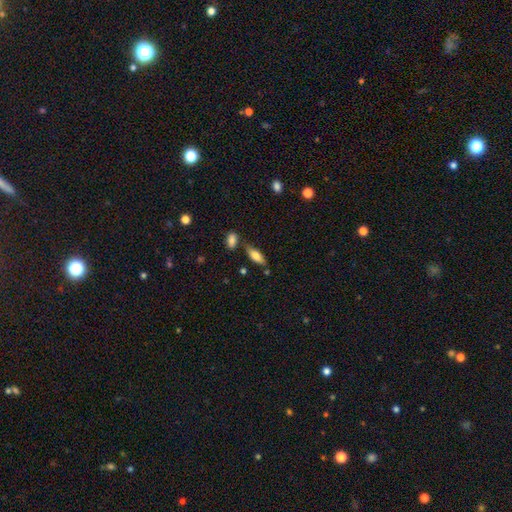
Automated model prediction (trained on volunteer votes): Smooth or featured? smooth (78%)
How rounded? in between (76%)
Merging? none (70%)